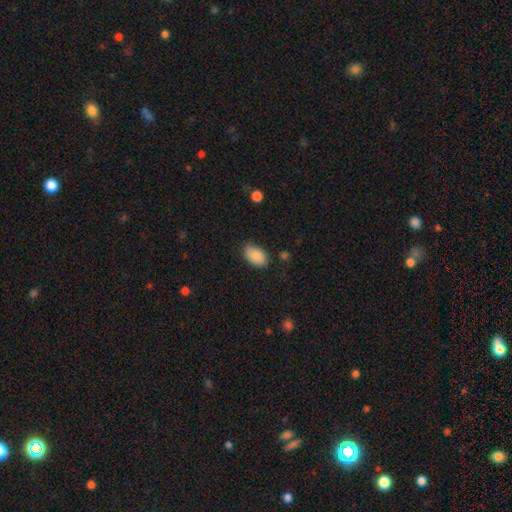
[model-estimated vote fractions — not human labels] smooth 88%, star or artifact 7%, featured or disk 6%. Down the decision tree: how rounded — in between (92%); merging — none (80%).